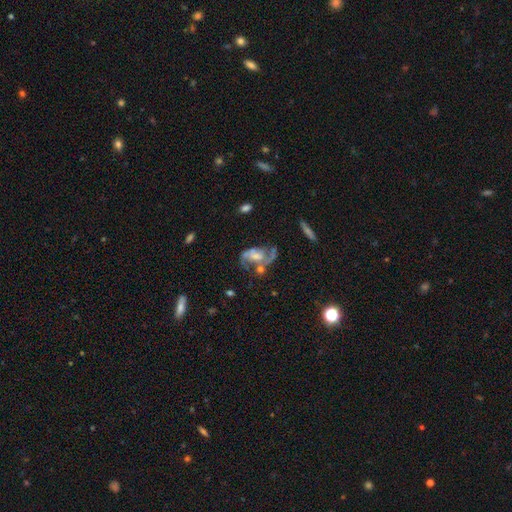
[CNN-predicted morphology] Overall: featured or disk (76%). Edge-on disk: no (96%). Bar: no (52%; weak 37%). Spiral arms: yes (84%). Spiral arm count: 2 (75%). Spiral winding: medium (46%; loose 36%). Bulge size: moderate (34%; small 29%). Merging: none (38%; major disturbance 26%).